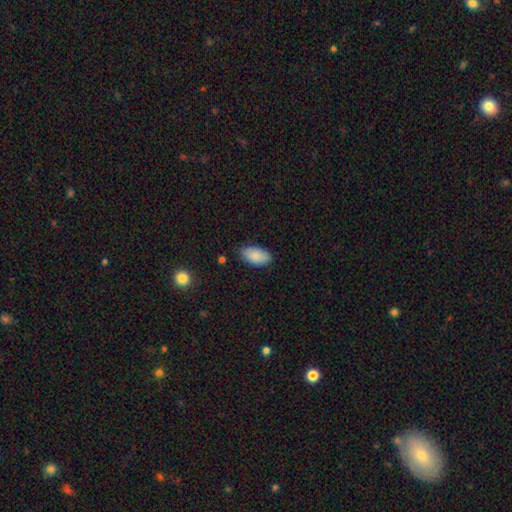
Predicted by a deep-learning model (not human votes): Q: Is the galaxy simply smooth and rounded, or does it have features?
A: smooth — 86%.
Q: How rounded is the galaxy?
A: in between — 94%.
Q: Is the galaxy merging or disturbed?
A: none — 80%.